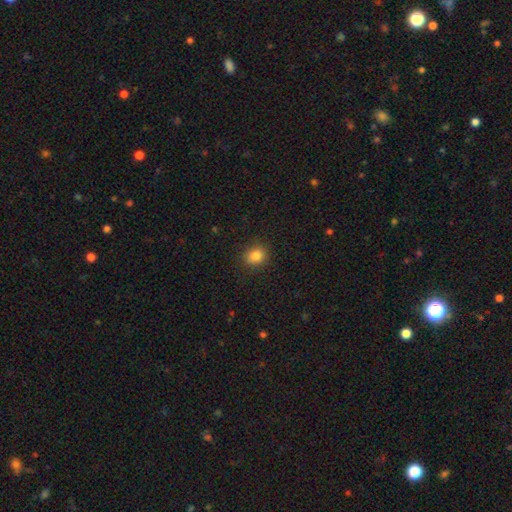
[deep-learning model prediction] Smooth or featured? Predicted: smooth (p=0.84). How rounded? Predicted: round (p=0.63). Merging? Predicted: none (p=0.86).